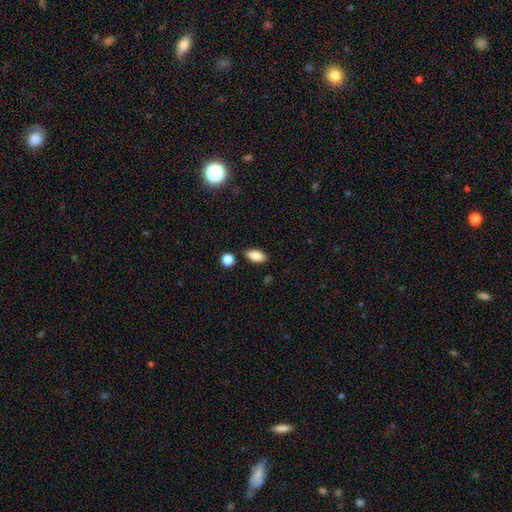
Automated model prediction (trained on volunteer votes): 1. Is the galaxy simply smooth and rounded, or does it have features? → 85% smooth, 8% star or artifact, 7% featured or disk.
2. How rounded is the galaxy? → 90% in between, 5% round, 4% cigar-shaped.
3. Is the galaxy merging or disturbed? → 85% none, 10% minor disturbance, 3% merger, 2% major disturbance.